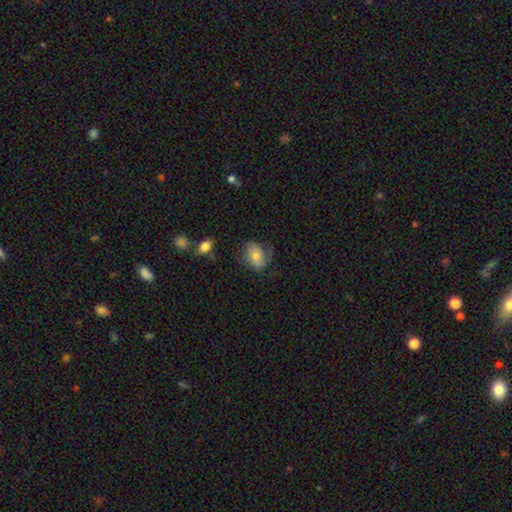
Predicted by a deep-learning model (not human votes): Morphology: type=smooth (52%); roundness=in between (67%); merging=none (53%).